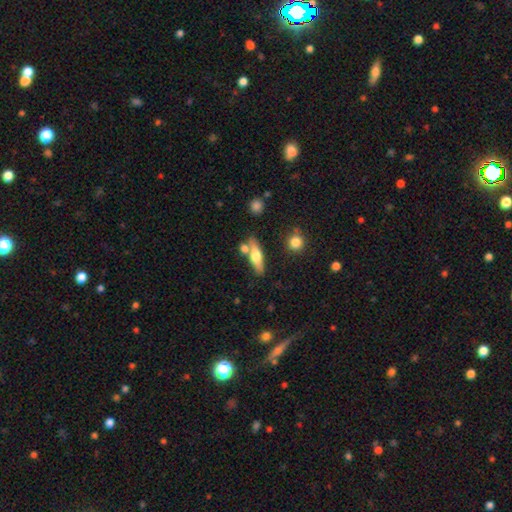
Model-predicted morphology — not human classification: The model was most divided on "smooth or featured": smooth: 52%, featured or disk: 41%, star or artifact: 7%. More confident: merging — none (65%); how rounded — cigar-shaped (61%).